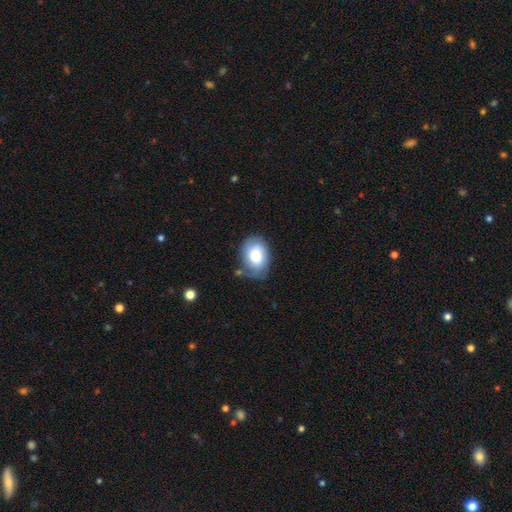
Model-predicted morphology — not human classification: Smooth or featured? Predicted: smooth (p=0.67). How rounded? Predicted: in between (p=0.76). Merging? Predicted: none (p=0.60).